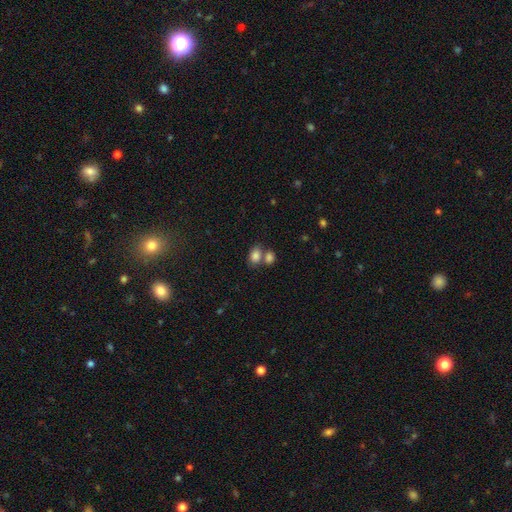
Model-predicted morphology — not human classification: A smooth galaxy with no disk features (83%) that is in between round and cigar-shaped (75%).

Vote fractions:
- Smooth or featured? smooth: 83% / star or artifact: 9% / featured or disk: 8%
- How rounded? in between: 75% / round: 23% / cigar-shaped: 1%
- Merging? merger: 47% / none: 39% / minor disturbance: 10% / major disturbance: 4%